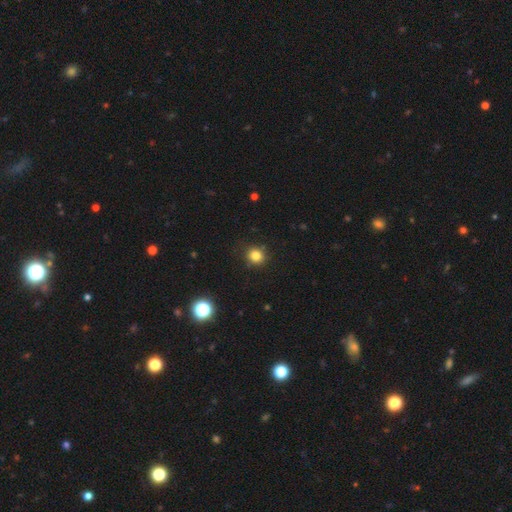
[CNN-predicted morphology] smooth-or-featured: smooth: 82% | star or artifact: 13% | featured or disk: 5%
  how-rounded: round: 88% | in between: 11% | cigar-shaped: 1%
  merging: none: 87% | minor disturbance: 9% | major disturbance: 2% | merger: 1%